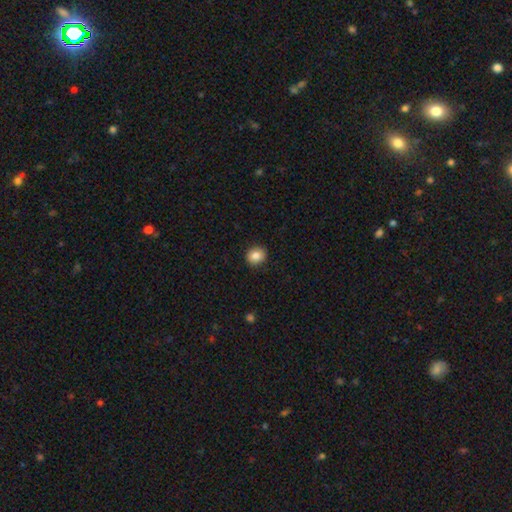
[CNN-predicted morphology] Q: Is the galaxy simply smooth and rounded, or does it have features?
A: smooth — 84%.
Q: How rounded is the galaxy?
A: round — 81%.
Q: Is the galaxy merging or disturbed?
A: none — 91%.